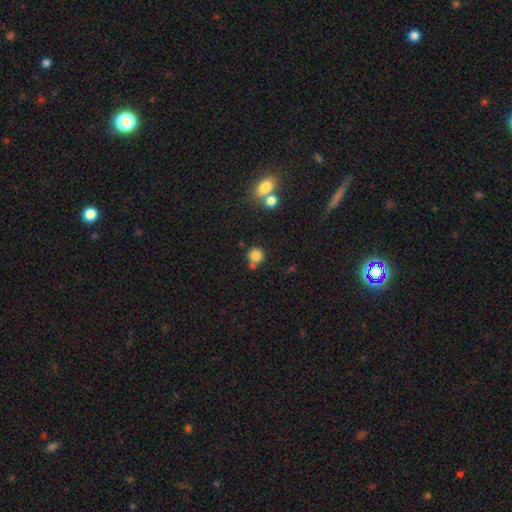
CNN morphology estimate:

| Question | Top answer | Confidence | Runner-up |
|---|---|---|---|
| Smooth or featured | smooth | 83% | star or artifact (12%) |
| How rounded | round | 91% | in between (8%) |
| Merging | none | 68% | merger (18%) |